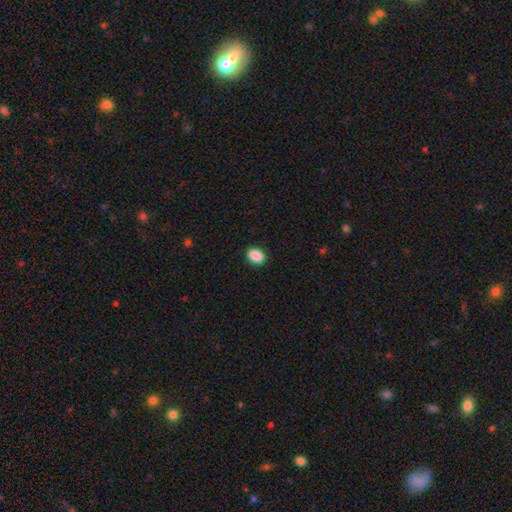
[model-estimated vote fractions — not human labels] This appears to be a smooth galaxy with no disk features (89%) that is in between round and cigar-shaped (79%). Merging: none (89%).